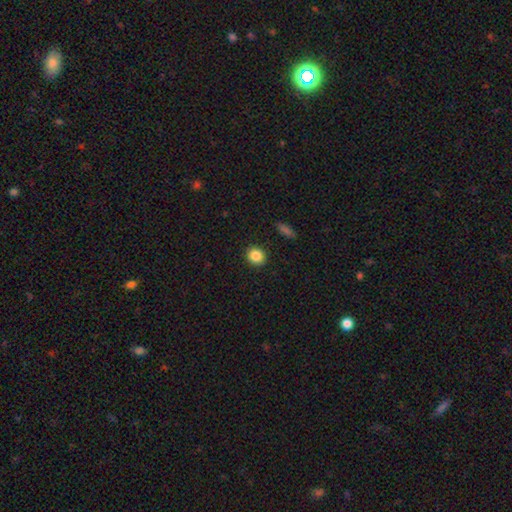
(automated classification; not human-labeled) Smooth or featured? Predicted: smooth (p=0.86). How rounded? Predicted: round (p=0.75). Merging? Predicted: none (p=0.91).